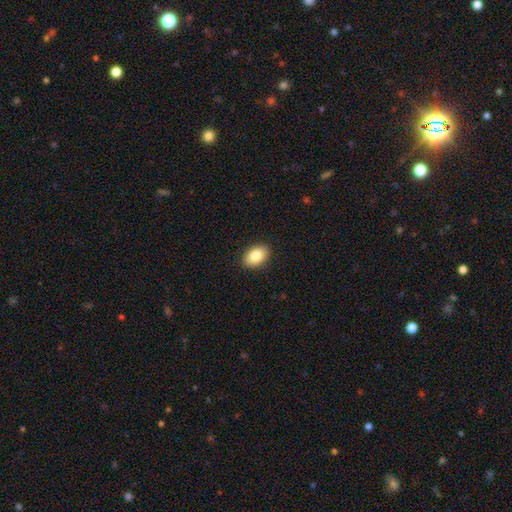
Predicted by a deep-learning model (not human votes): Smooth or featured: smooth — 85% (featured or disk — 8%)
How rounded: in between — 87% (round — 12%)
Merging: none — 90% (minor disturbance — 7%)